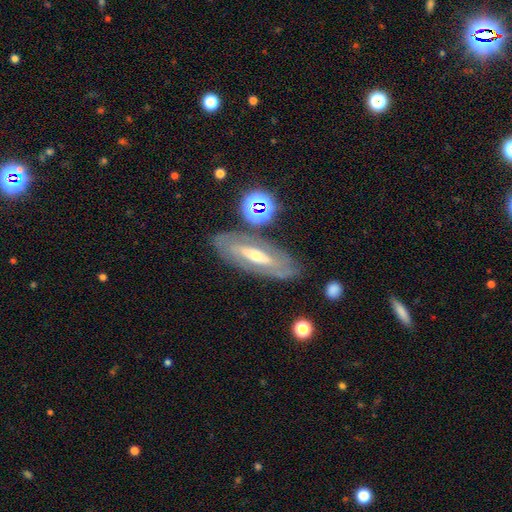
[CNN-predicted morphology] Smooth or featured? Predicted: featured or disk (p=0.76). Edge-on disk? Predicted: no (p=0.77). Bar? Predicted: weak (p=0.34). Spiral arms? Predicted: yes (p=0.69). Bulge size? Predicted: moderate (p=0.52). Merging? Predicted: none (p=0.80).